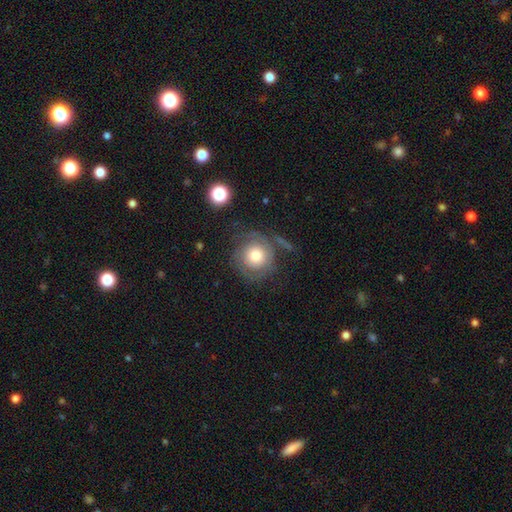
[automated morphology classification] Overall: featured or disk (54%; smooth 38%). Edge-on disk: no (96%). Bar: no (85%). Spiral arms: yes (77%). Bulge size: moderate (52%; large 27%). Merging: none (62%).